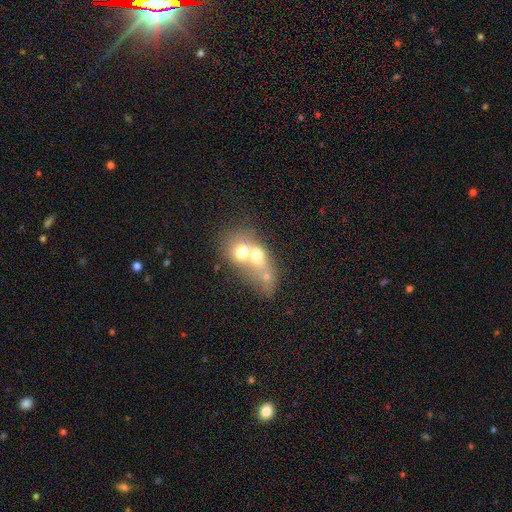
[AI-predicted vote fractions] Morphology: type=smooth (57%); roundness=in between (49%); merging=merger (78%).